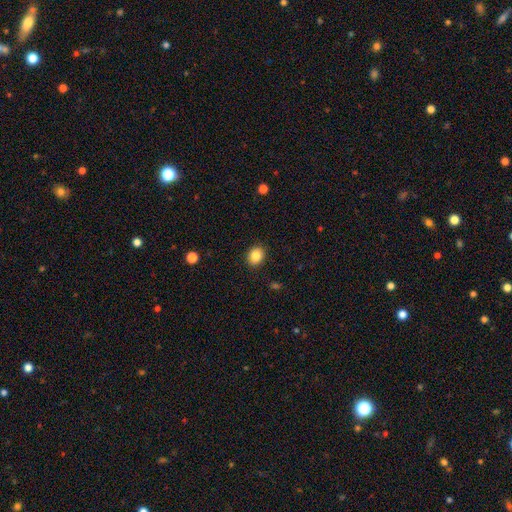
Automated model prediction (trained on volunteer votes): This appears to be a smooth galaxy with no disk features (85%) that is round (55%). Merging: none (90%).